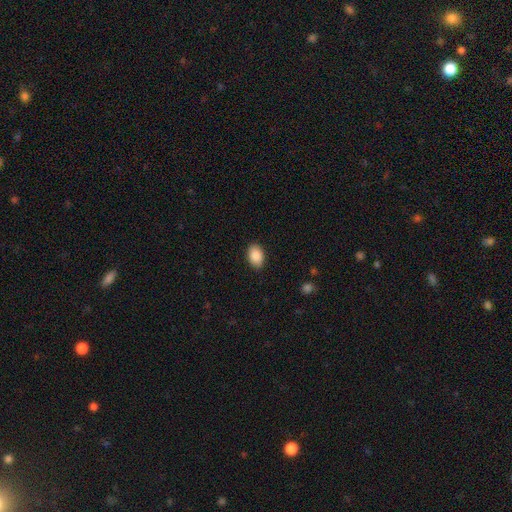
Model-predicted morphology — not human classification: The model was most divided on "how rounded": in between: 87%, round: 12%, cigar-shaped: 1%. More confident: smooth or featured — smooth (89%); merging — none (89%).